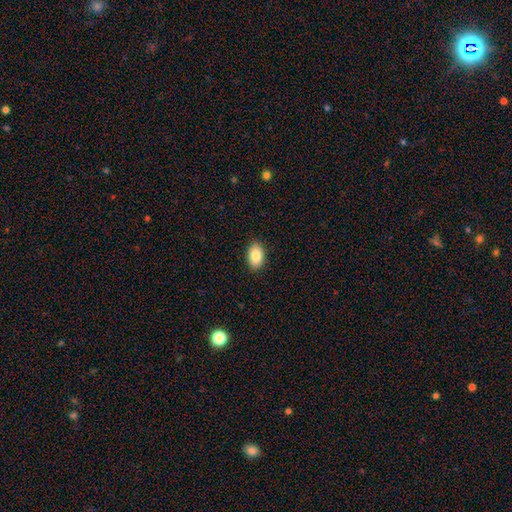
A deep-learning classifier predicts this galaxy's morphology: Smooth or featured? smooth (86%)
How rounded? in between (90%)
Merging? none (89%)